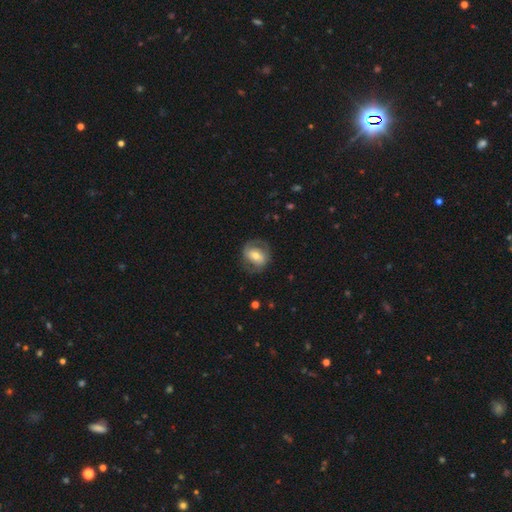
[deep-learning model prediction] Q: Smooth or featured?
A: featured or disk (54%); runner-up: smooth (39%)
Q: Edge-on disk?
A: no (95%); runner-up: yes (5%)
Q: Bar?
A: weak (35%); runner-up: no (33%)
Q: Spiral arms?
A: yes (61%); runner-up: no (39%)
Q: Bulge size?
A: moderate (64%); runner-up: small (25%)
Q: Merging?
A: none (71%); runner-up: minor disturbance (17%)